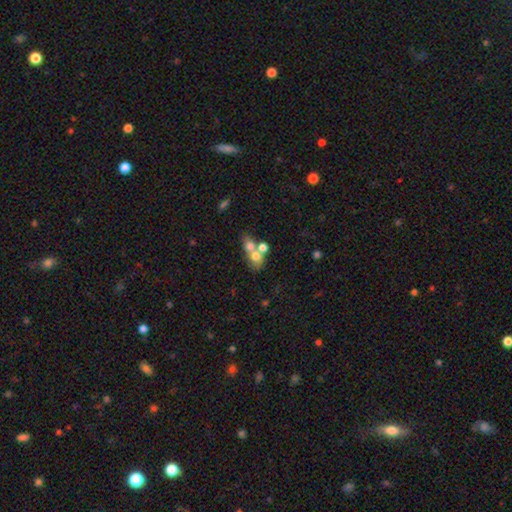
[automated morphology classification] Q: Smooth or featured?
A: smooth (63%); runner-up: featured or disk (25%)
Q: How rounded?
A: round (53%); runner-up: in between (45%)
Q: Merging?
A: merger (64%); runner-up: none (25%)